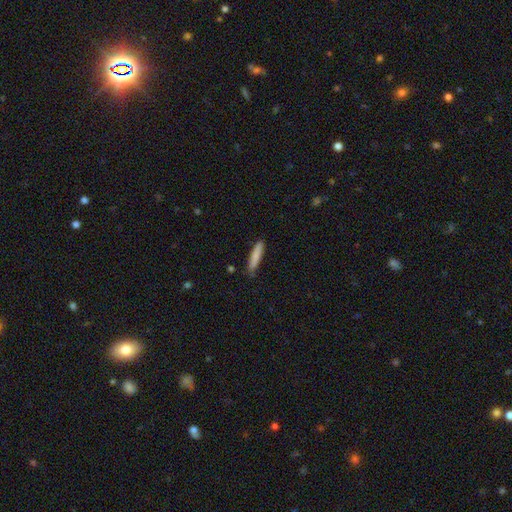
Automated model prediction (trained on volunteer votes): A smooth galaxy with no disk features (82%) that is cigar-shaped (88%). Merging: none (85%).